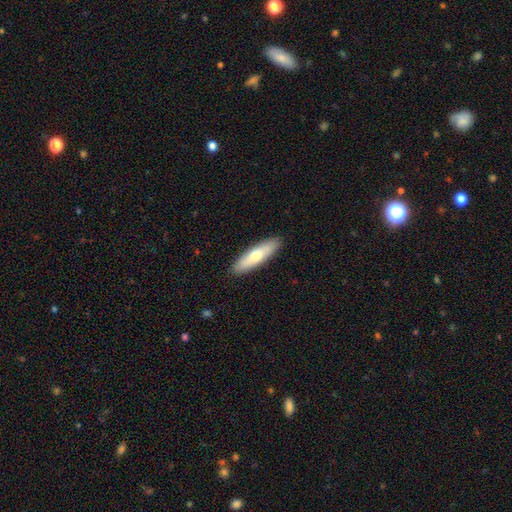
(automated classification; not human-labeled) Overall: smooth (67%; featured or disk 28%). How rounded: cigar-shaped (68%; in between 30%). Merging: none (90%).